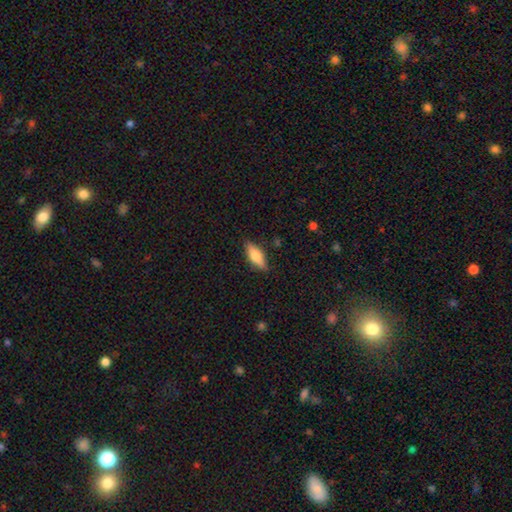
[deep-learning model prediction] Smooth or featured? smooth (62%)
How rounded? in between (64%)
Merging? none (85%)